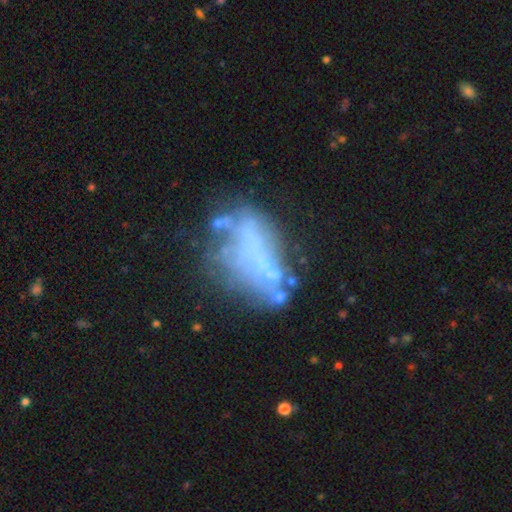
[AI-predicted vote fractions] This is possibly a featured or disk galaxy (54%). It is clearly not viewed edge-on (94%). Bar: clearly no (89%). Spiral arm pattern: clearly no (94%). Central bulge: clearly none (81%). Merging: marginally none (39%).